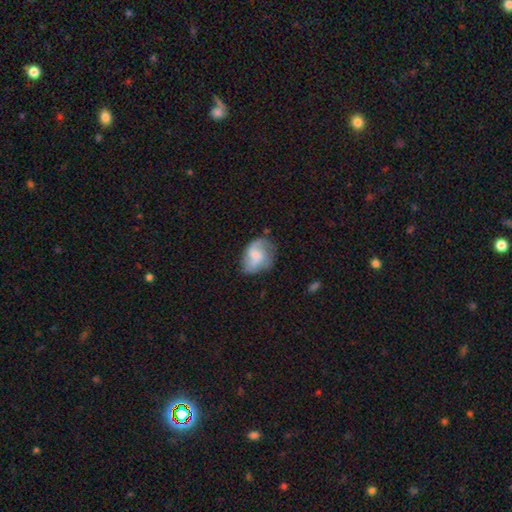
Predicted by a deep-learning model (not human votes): The model was most divided on "bulge size": none: 34%, small: 28%, moderate: 26%, large: 10%, dominant: 2%. Remaining: edge-on disk — no (98%); spiral arms — yes (85%); smooth or featured — featured or disk (58%); merging — none (54%); bar — no (49%).